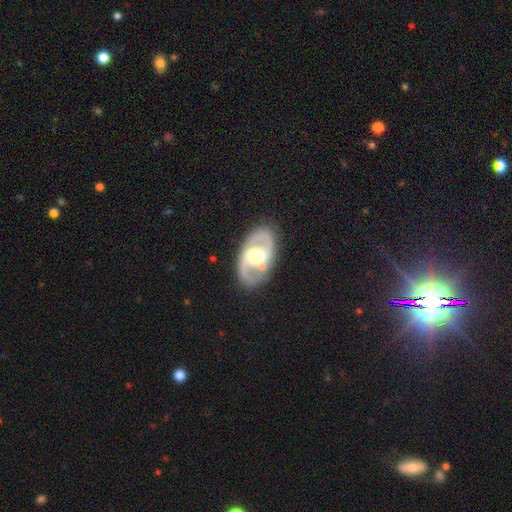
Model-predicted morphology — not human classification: A featured or disk galaxy (84%) with a weak bar (41%), 2 (91%) medium (56%) spiral arms (86%) and a moderate central bulge (63%).

Vote fractions:
- Smooth or featured? featured or disk: 84% / smooth: 11% / star or artifact: 4%
- Edge-on disk? no: 96% / yes: 4%
- Bar? weak: 41% / strong: 30% / no: 29%
- Spiral arms? yes: 86% / no: 14%
- Spiral winding? medium: 56% / tight: 24% / loose: 21%
- Spiral arm count? 2: 91% / can't tell: 4% / 1: 2% / 3: 1% / 4: 1% / more than 4: 1%
- Bulge size? moderate: 63% / large: 21% / small: 12% / dominant: 2% / none: 1%
- Merging? none: 83% / minor disturbance: 11% / major disturbance: 4% / merger: 2%